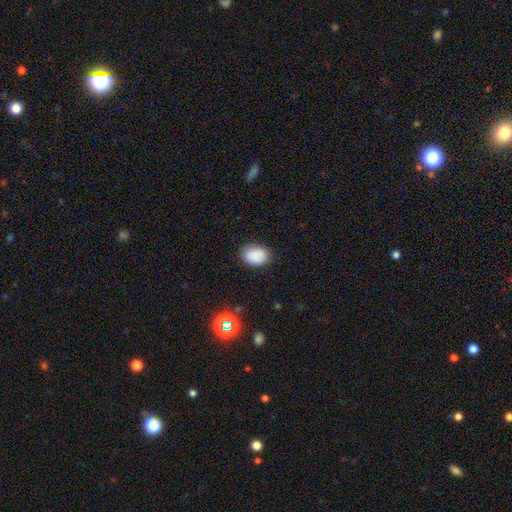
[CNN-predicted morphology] Q: Smooth or featured?
A: smooth (88%); runner-up: star or artifact (9%)
Q: How rounded?
A: in between (78%); runner-up: round (21%)
Q: Merging?
A: none (85%); runner-up: minor disturbance (12%)